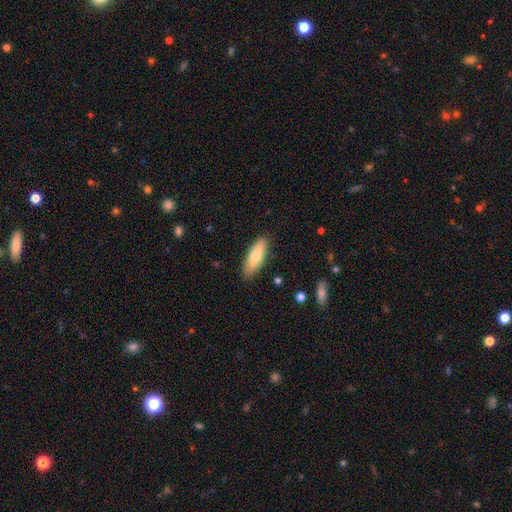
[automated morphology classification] Smooth or featured: smooth — 74% (featured or disk — 20%)
How rounded: in between — 61% (cigar-shaped — 37%)
Merging: none — 86% (minor disturbance — 11%)